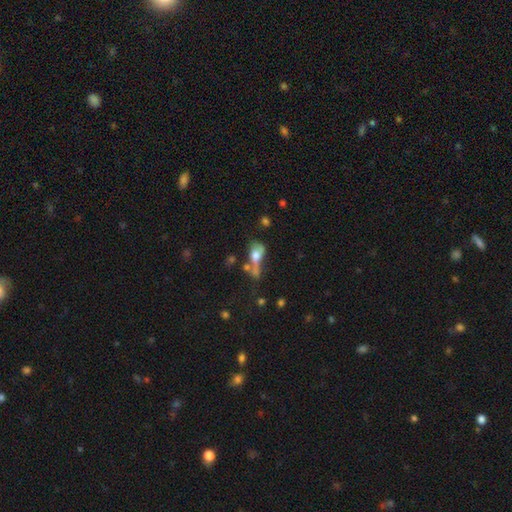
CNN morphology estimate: smooth_or_featured: smooth (p=0.56) [alt: featured or disk p=0.33]
how_rounded: in between (p=0.63) [alt: cigar-shaped p=0.19]
merging: merger (p=0.34) [alt: major disturbance p=0.30]